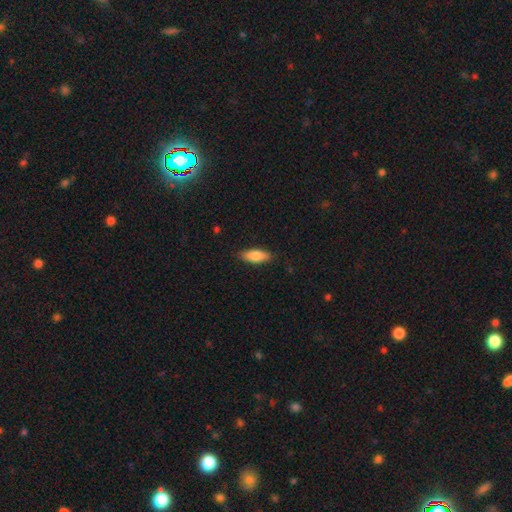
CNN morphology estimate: Smooth or featured? Predicted: smooth (p=0.81). How rounded? Predicted: in between (p=0.70). Merging? Predicted: none (p=0.86).